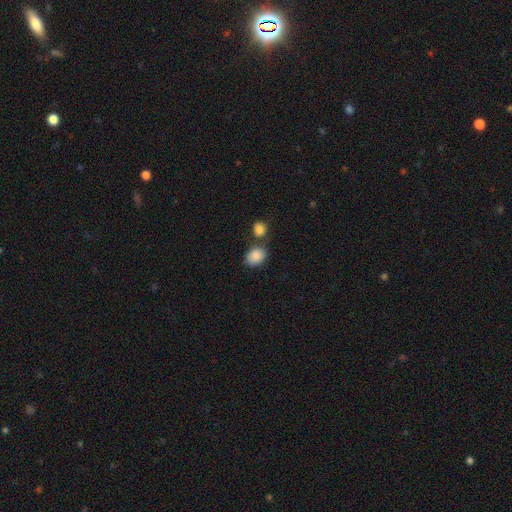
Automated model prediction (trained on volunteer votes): Smooth or featured: smooth — 87% (star or artifact — 8%)
How rounded: in between — 66% (round — 33%)
Merging: none — 57% (merger — 24%)